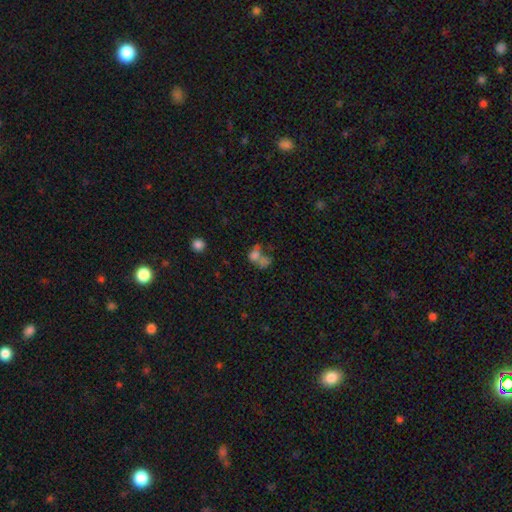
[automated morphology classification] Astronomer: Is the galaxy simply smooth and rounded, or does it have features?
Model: smooth — 67%.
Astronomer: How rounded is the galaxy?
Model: in between — 61% (runner-up: round, 37%).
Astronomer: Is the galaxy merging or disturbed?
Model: merger — 57%.